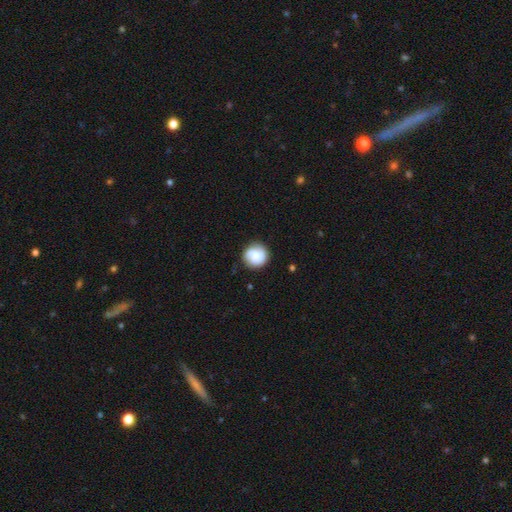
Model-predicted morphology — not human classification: Smooth or featured? smooth (67%)
How rounded? round (92%)
Merging? none (78%)